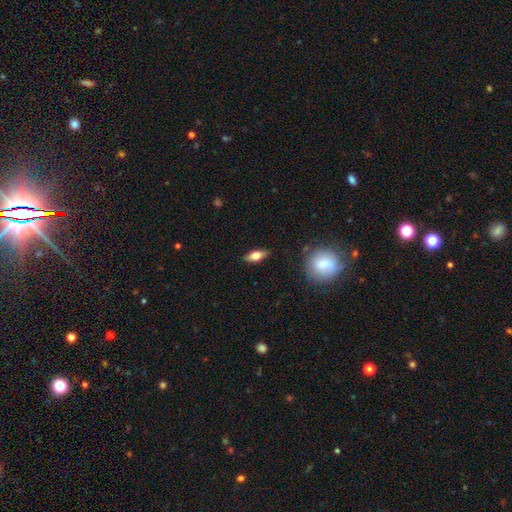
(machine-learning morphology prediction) A smooth galaxy with no disk features (59%) that is in between round and cigar-shaped (71%).

Vote fractions:
- Smooth or featured? smooth: 59% / featured or disk: 34% / star or artifact: 8%
- How rounded? in between: 71% / cigar-shaped: 24% / round: 5%
- Merging? none: 85% / minor disturbance: 11% / major disturbance: 3% / merger: 1%